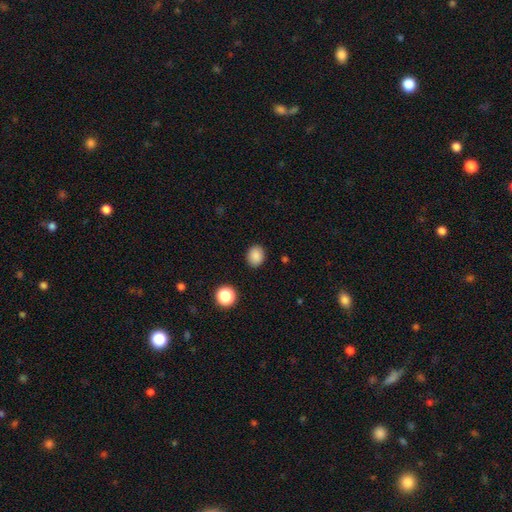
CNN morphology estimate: Overall: smooth (86%). How rounded: round (53%; in between 47%). Merging: none (88%).